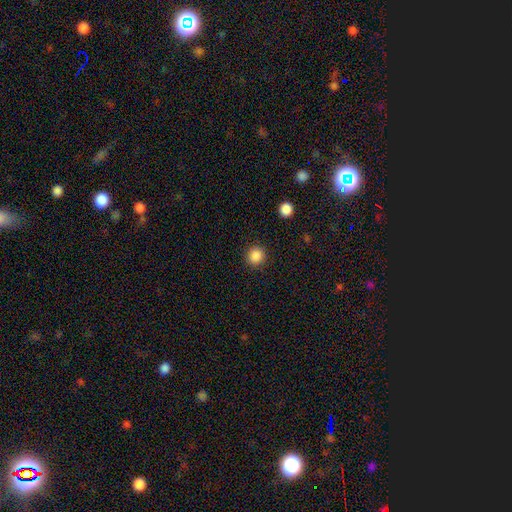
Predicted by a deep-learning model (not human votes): Smooth or featured? Predicted: smooth (p=0.87). How rounded? Predicted: round (p=0.91). Merging? Predicted: none (p=0.91).